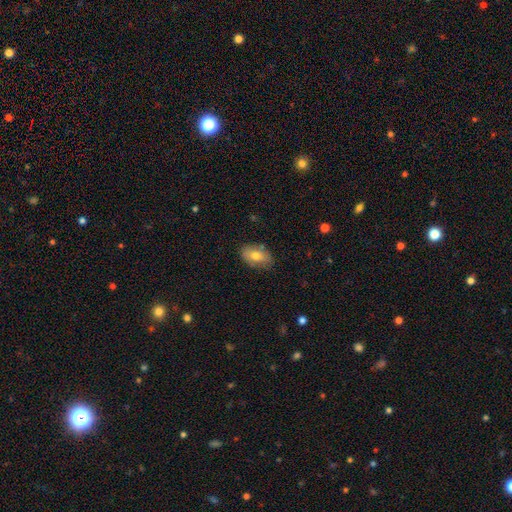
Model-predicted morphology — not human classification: Smooth or featured: smooth — 73% (featured or disk — 20%)
How rounded: in between — 90% (round — 8%)
Merging: none — 82% (minor disturbance — 14%)